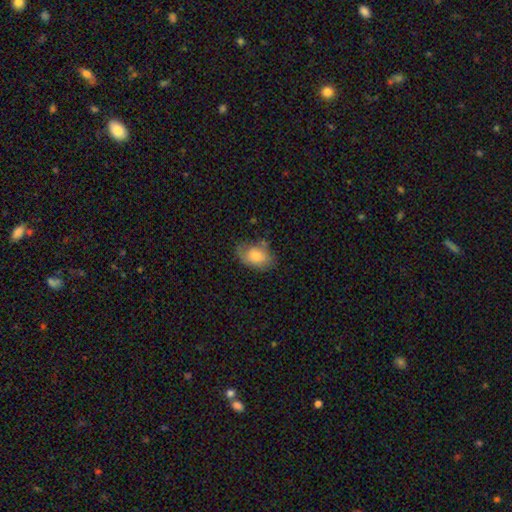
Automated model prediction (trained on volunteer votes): A smooth galaxy with no disk features (74%) that is in between round and cigar-shaped (87%).

Vote fractions:
- Smooth or featured? smooth: 74% / featured or disk: 19% / star or artifact: 8%
- How rounded? in between: 87% / round: 12% / cigar-shaped: 1%
- Merging? none: 62% / minor disturbance: 27% / major disturbance: 8% / merger: 3%